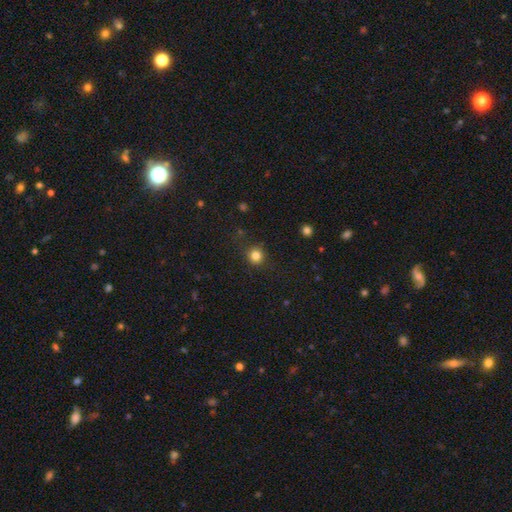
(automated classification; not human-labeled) Smooth or featured: smooth — 83% (star or artifact — 13%)
How rounded: round — 93% (in between — 6%)
Merging: none — 88% (minor disturbance — 8%)